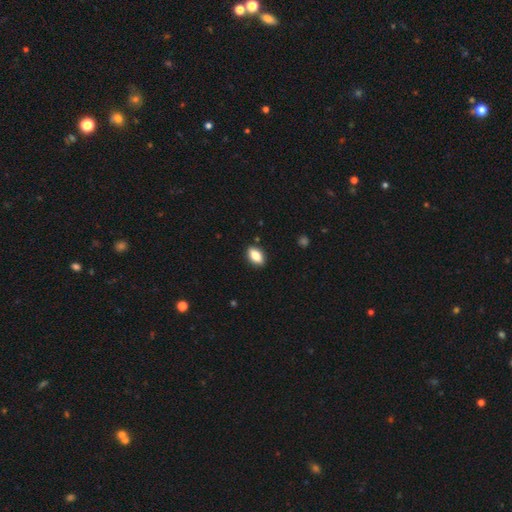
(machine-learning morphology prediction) Smooth or featured: smooth — 82% (featured or disk — 11%)
How rounded: in between — 89% (round — 6%)
Merging: none — 88% (minor disturbance — 9%)